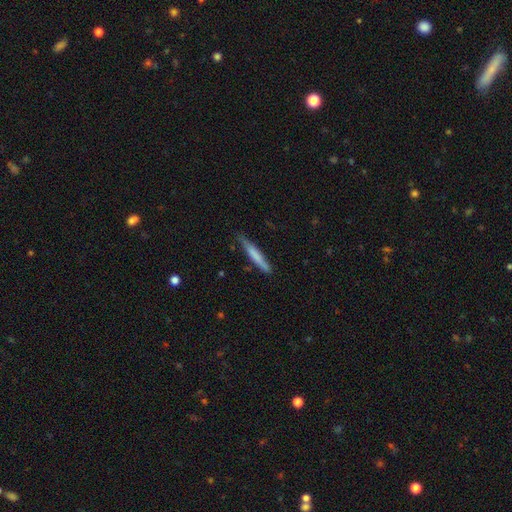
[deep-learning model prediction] Smooth or featured?
  - smooth: 67% *
  - featured or disk: 28%
  - star or artifact: 5%
How rounded?
  - cigar-shaped: 95% *
  - in between: 4%
  - round: 1%
Merging?
  - none: 80% *
  - minor disturbance: 16%
  - major disturbance: 2%
  - merger: 2%